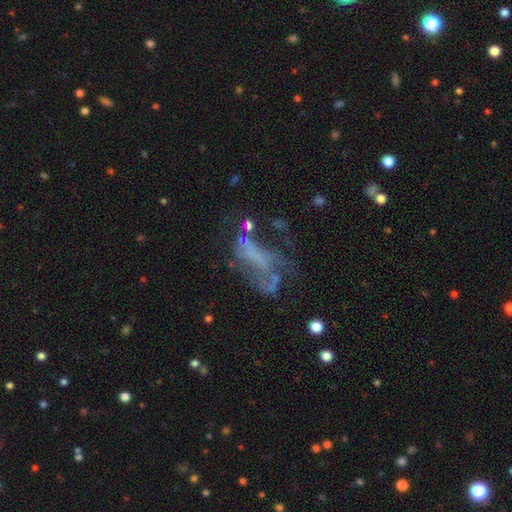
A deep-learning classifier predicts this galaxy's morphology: Q: Smooth or featured?
A: featured or disk (55%); runner-up: smooth (25%)
Q: Edge-on disk?
A: no (94%); runner-up: yes (6%)
Q: Bar?
A: no (77%); runner-up: weak (15%)
Q: Spiral arms?
A: no (81%); runner-up: yes (19%)
Q: Bulge size?
A: none (75%); runner-up: small (12%)
Q: Merging?
A: major disturbance (40%); runner-up: none (31%)